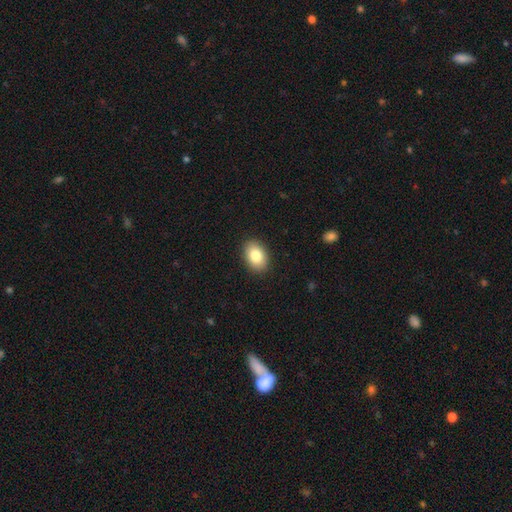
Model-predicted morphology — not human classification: Smooth or featured? Predicted: smooth (p=0.84). How rounded? Predicted: in between (p=0.83). Merging? Predicted: none (p=0.90).